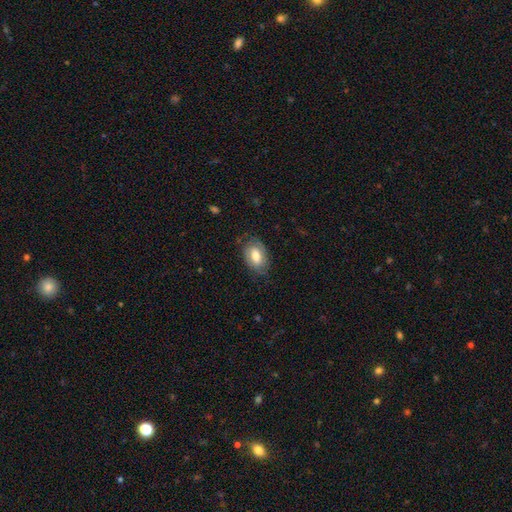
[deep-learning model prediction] smooth-or-featured: smooth: 64% | featured or disk: 30% | star or artifact: 7%
  how-rounded: in between: 91% | round: 8% | cigar-shaped: 2%
  merging: none: 72% | minor disturbance: 20% | major disturbance: 6% | merger: 1%